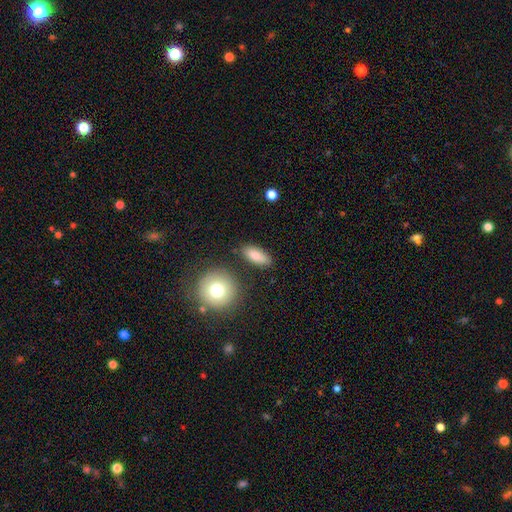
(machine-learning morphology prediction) Smooth or featured: smooth — 83% (featured or disk — 10%)
How rounded: in between — 79% (cigar-shaped — 16%)
Merging: none — 82% (minor disturbance — 11%)